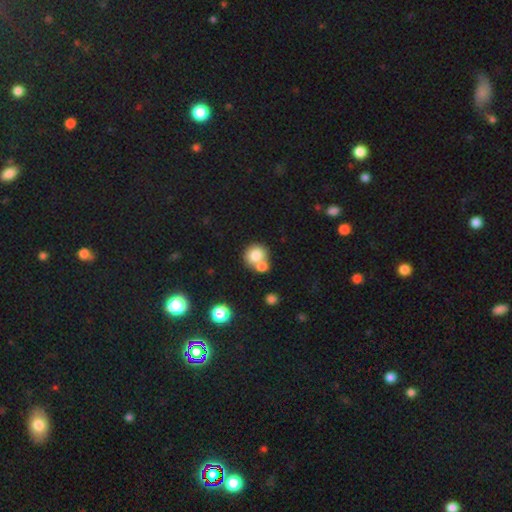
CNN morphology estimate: This is likely a smooth galaxy (79%). How rounded: clearly round (83%). Merging: possibly merger (47%).